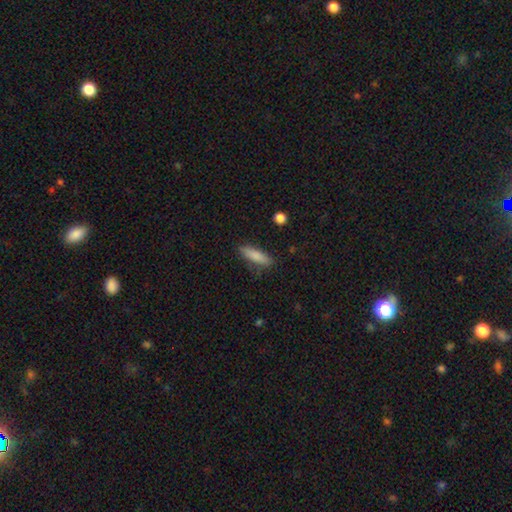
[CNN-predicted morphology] smooth-or-featured: smooth: 83% | featured or disk: 11% | star or artifact: 7%
  how-rounded: cigar-shaped: 66% | in between: 32% | round: 2%
  merging: none: 80% | minor disturbance: 15% | major disturbance: 3% | merger: 2%